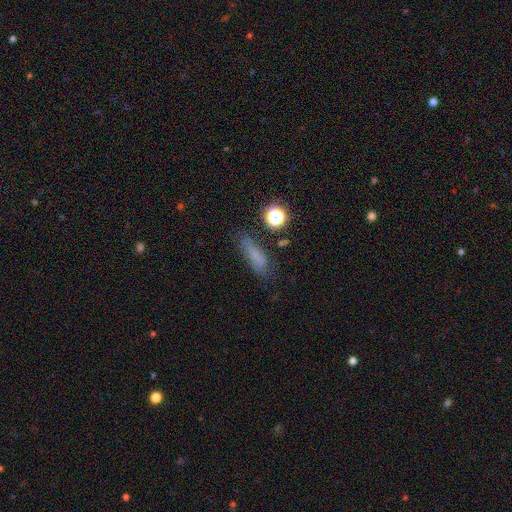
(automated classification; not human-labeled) Smooth or featured?
  - smooth: 69% *
  - star or artifact: 17%
  - featured or disk: 15%
How rounded?
  - cigar-shaped: 53% *
  - in between: 40%
  - round: 7%
Merging?
  - none: 66% *
  - minor disturbance: 21%
  - major disturbance: 9%
  - merger: 4%